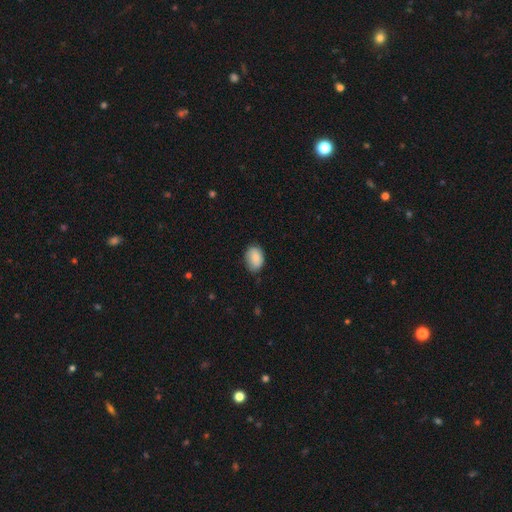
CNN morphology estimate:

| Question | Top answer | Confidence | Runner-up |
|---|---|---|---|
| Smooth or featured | smooth | 87% | star or artifact (7%) |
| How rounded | in between | 80% | round (18%) |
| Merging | none | 74% | minor disturbance (22%) |